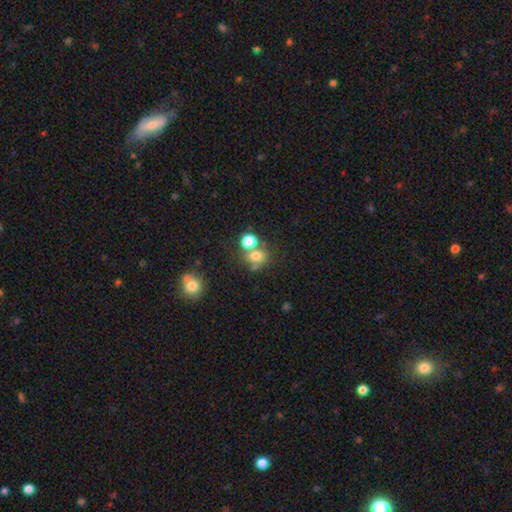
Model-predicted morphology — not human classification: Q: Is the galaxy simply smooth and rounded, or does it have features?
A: smooth — 72%.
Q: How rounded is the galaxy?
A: round — 66%.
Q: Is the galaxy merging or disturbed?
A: none — 43%.